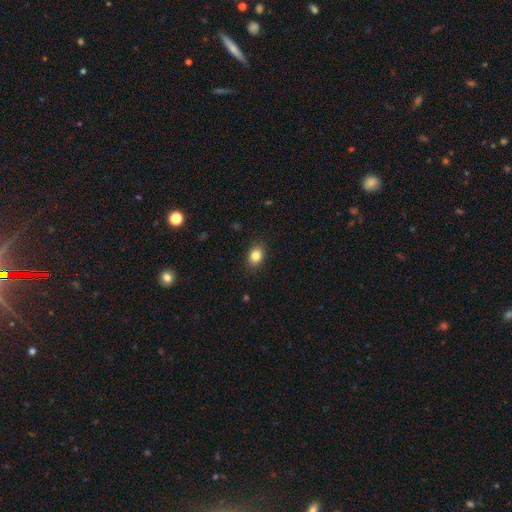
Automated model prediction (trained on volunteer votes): smooth_or_featured: smooth (p=0.83) [alt: star or artifact p=0.10]
how_rounded: in between (p=0.62) [alt: round p=0.37]
merging: none (p=0.88) [alt: minor disturbance p=0.09]